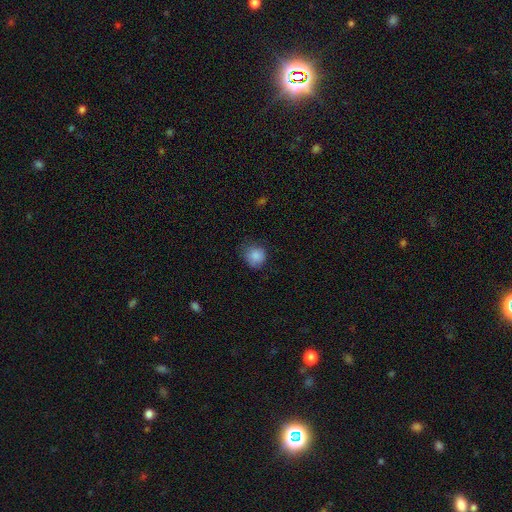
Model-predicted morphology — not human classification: smooth_or_featured: smooth (p=0.86) [alt: star or artifact p=0.09]
how_rounded: round (p=0.84) [alt: in between p=0.16]
merging: none (p=0.68) [alt: minor disturbance p=0.25]